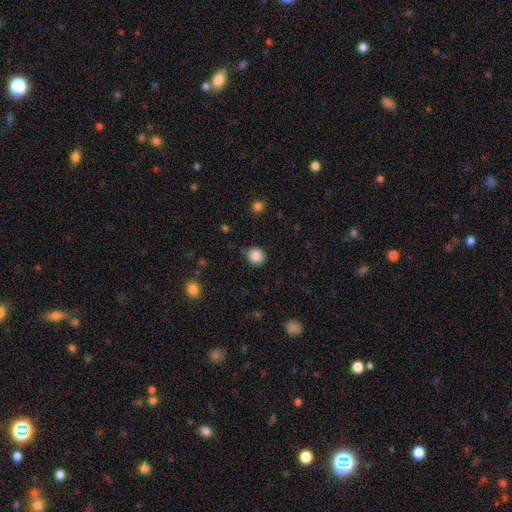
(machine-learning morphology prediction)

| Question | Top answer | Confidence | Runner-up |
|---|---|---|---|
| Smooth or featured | smooth | 85% | star or artifact (10%) |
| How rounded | round | 85% | in between (14%) |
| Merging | none | 83% | minor disturbance (13%) |